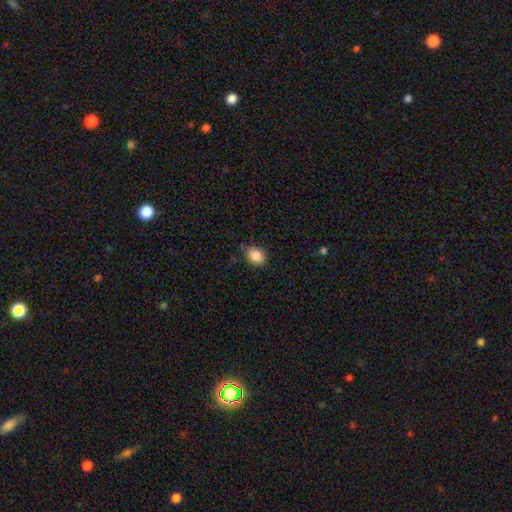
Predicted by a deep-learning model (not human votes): Morphology: type=smooth (88%); roundness=in between (60%); merging=none (80%).